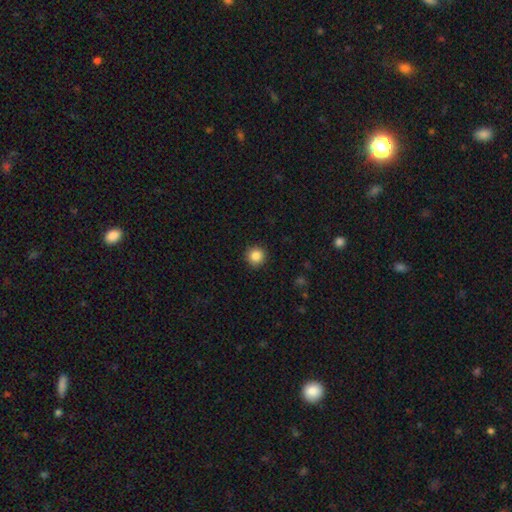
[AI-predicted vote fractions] smooth-or-featured: smooth: 85% | star or artifact: 11% | featured or disk: 4%
  how-rounded: round: 96% | in between: 3% | cigar-shaped: 1%
  merging: none: 92% | minor disturbance: 5% | major disturbance: 2% | merger: 1%